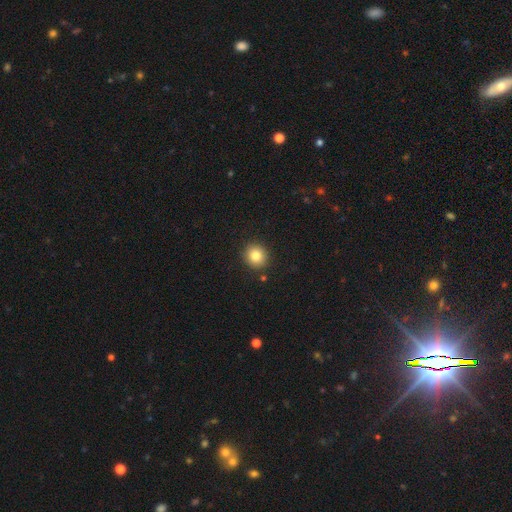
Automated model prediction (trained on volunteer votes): Overall: smooth (83%). How rounded: round (87%). Merging: none (90%).